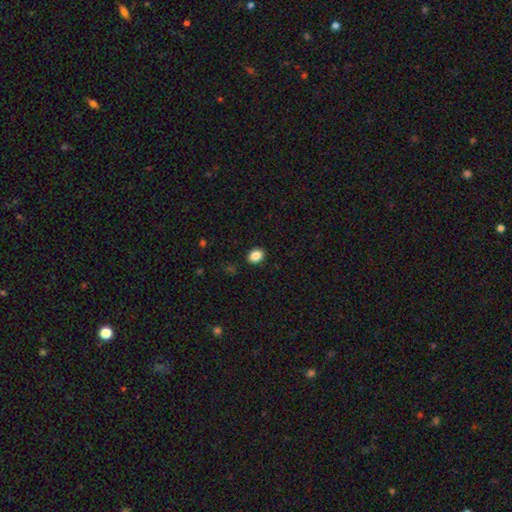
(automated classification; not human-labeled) The model was most divided on "how rounded": in between: 59%, round: 40%, cigar-shaped: 1%. More confident: merging — none (90%); smooth or featured — smooth (87%).